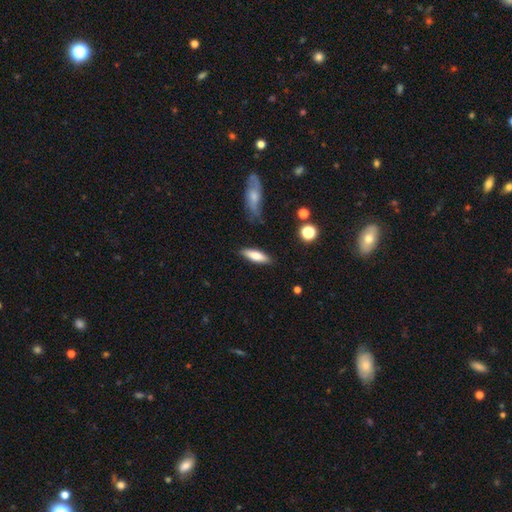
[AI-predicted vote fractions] smooth 72%, featured or disk 22%, star or artifact 6%. Down the decision tree: how rounded — cigar-shaped (53%); merging — none (84%).